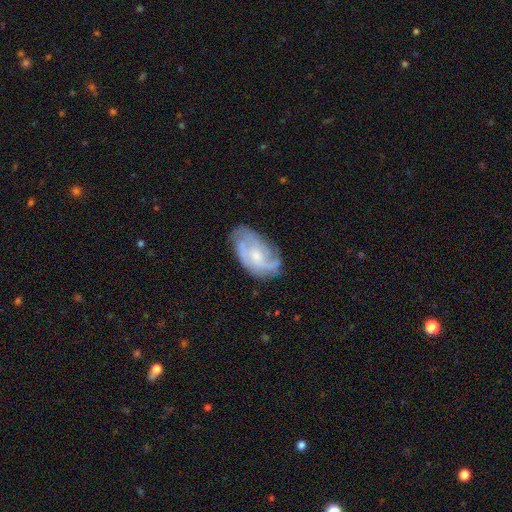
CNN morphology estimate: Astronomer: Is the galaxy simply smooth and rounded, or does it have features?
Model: featured or disk — 73%.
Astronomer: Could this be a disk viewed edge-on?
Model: no — 96%.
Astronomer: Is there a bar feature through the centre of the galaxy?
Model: no — 65%.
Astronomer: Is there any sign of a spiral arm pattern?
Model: yes — 89%.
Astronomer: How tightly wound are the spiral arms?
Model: medium — 44% (runner-up: tight, 32%).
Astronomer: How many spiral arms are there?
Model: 3 — 28%, tied with can't tell and 2 at 28%.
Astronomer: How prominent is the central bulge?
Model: small — 49% (runner-up: moderate, 40%).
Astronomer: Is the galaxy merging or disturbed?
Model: none — 62%.